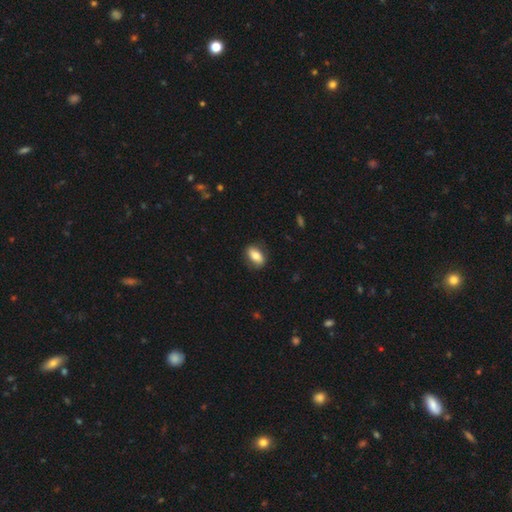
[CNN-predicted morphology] Q: Smooth or featured?
A: smooth (75%); runner-up: featured or disk (18%)
Q: How rounded?
A: in between (85%); runner-up: round (8%)
Q: Merging?
A: none (83%); runner-up: minor disturbance (13%)